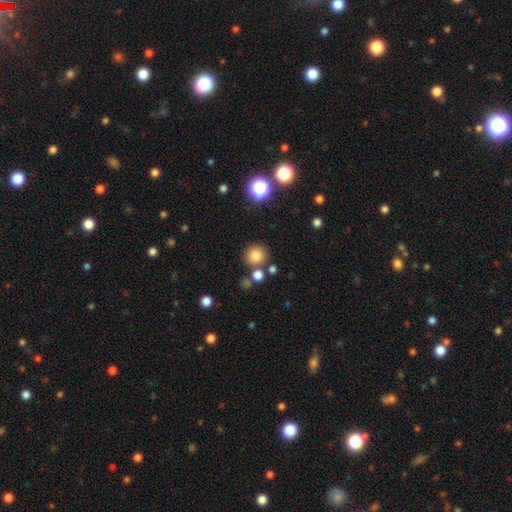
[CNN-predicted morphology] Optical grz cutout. It shows a smooth galaxy with no disk features (79%) that is round (93%). Merging: none (79%).